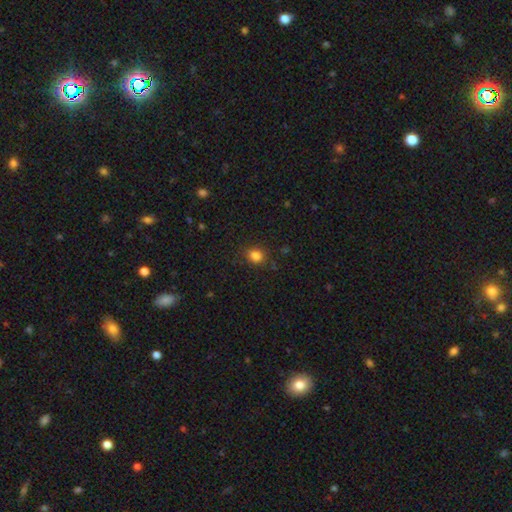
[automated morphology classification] Q: Smooth or featured?
A: smooth (83%); runner-up: star or artifact (12%)
Q: How rounded?
A: round (52%); runner-up: in between (46%)
Q: Merging?
A: none (82%); runner-up: minor disturbance (12%)